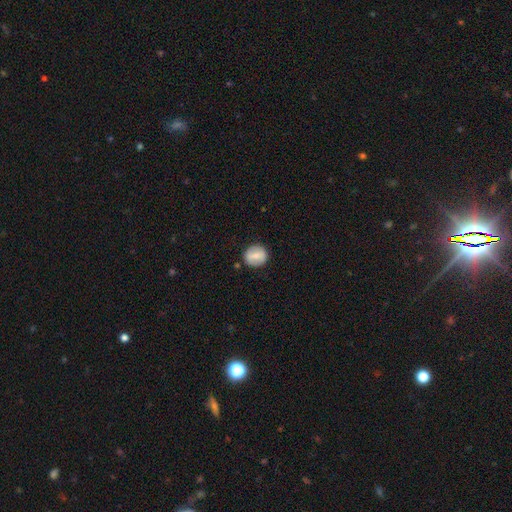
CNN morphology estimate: type=smooth (68%); roundness=round (79%); merging=none (85%).